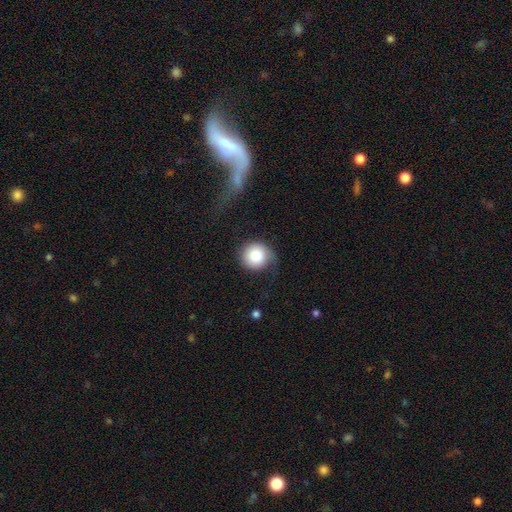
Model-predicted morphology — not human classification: Smooth or featured?
  - smooth: 81% *
  - featured or disk: 12%
  - star or artifact: 7%
How rounded?
  - round: 89% *
  - in between: 10%
  - cigar-shaped: 1%
Merging?
  - none: 49% *
  - minor disturbance: 27%
  - major disturbance: 21%
  - merger: 3%